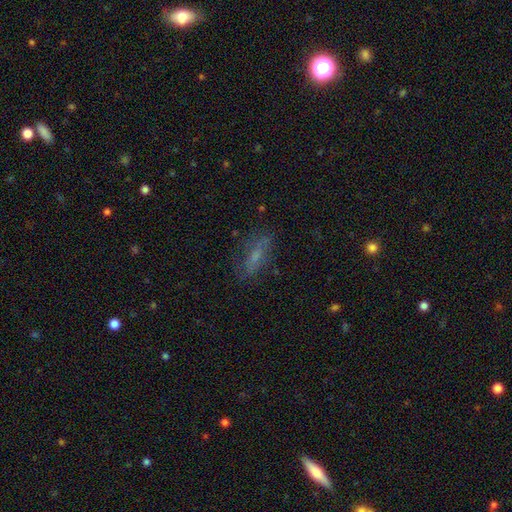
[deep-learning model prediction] Smooth or featured? Predicted: smooth (p=0.49). Merging? Predicted: none (p=0.74).